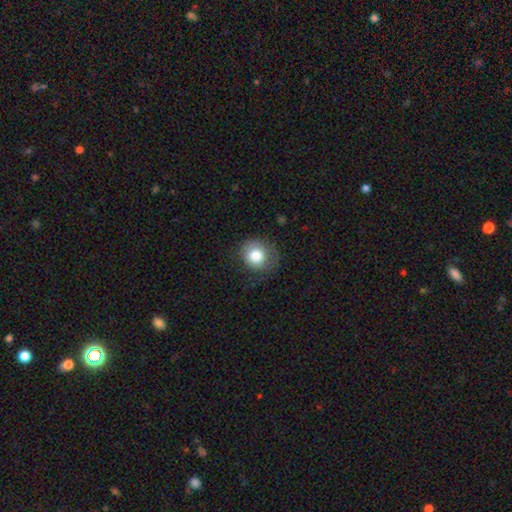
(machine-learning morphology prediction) Overall: smooth (79%). How rounded: round (85%). Merging: none (69%).